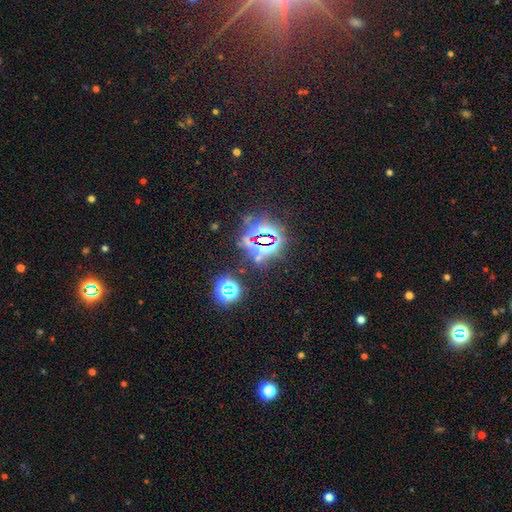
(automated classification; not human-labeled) star or artifact 82%, smooth 10%, featured or disk 8%.